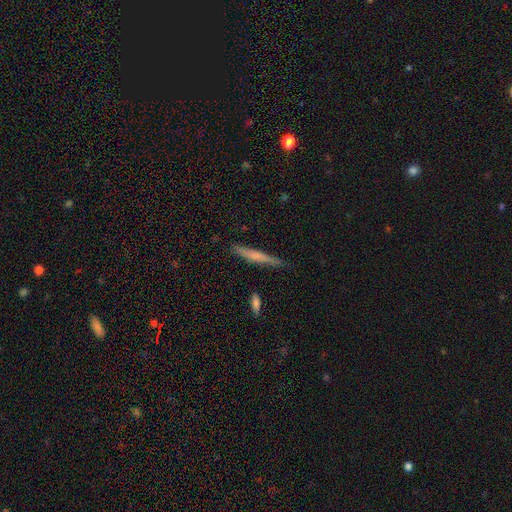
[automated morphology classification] Smooth or featured: smooth — 54% (featured or disk — 39%)
How rounded: cigar-shaped — 94% (in between — 4%)
Merging: none — 81% (minor disturbance — 14%)